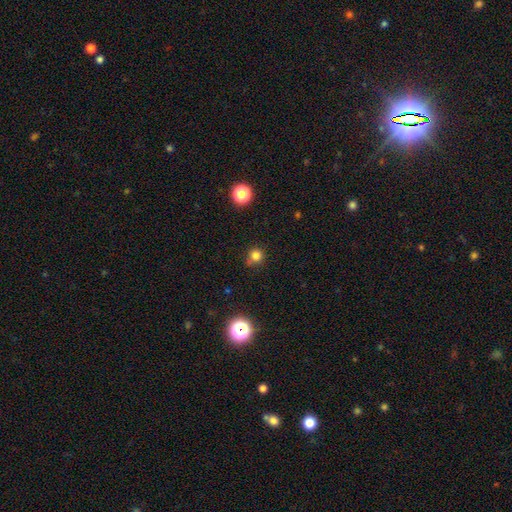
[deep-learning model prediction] Smooth or featured? smooth (79%)
How rounded? round (91%)
Merging? none (73%)